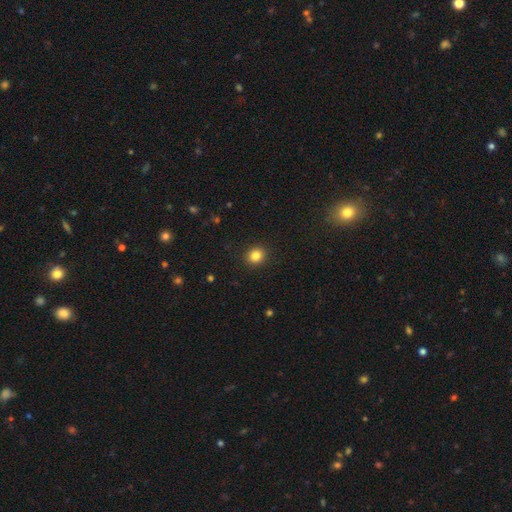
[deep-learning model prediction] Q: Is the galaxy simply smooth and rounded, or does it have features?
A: smooth — 84%.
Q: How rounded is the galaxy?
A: round — 83%.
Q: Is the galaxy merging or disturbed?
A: none — 91%.